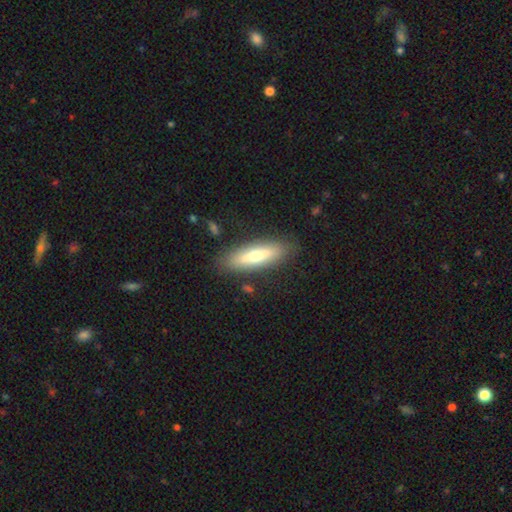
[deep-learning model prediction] Smooth or featured? Predicted: smooth (p=0.60). How rounded? Predicted: cigar-shaped (p=0.60). Merging? Predicted: none (p=0.84).